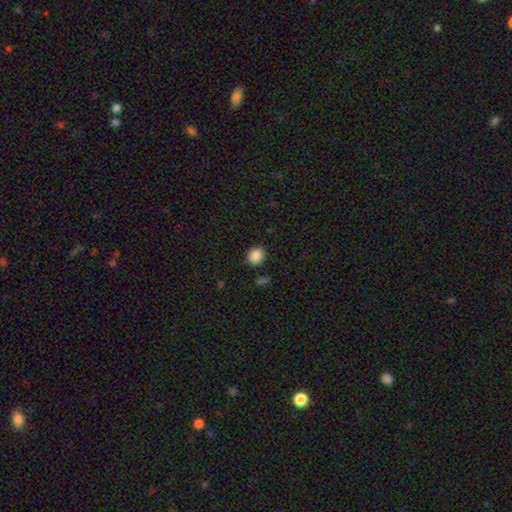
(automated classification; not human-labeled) This appears to be a smooth galaxy with no disk features (87%) that is round (75%). Merging: none (85%).